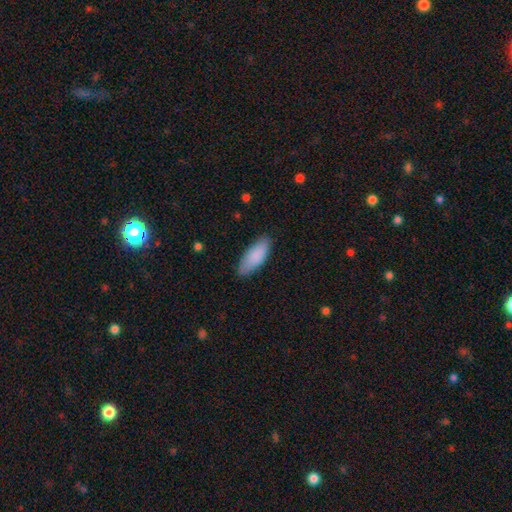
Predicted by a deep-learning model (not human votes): Morphology: type=smooth (87%); roundness=in between (77%); merging=none (82%).